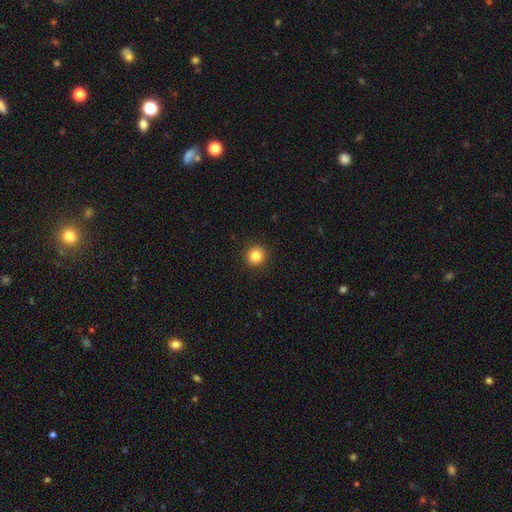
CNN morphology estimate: This appears to be a smooth galaxy with no disk features (83%) that is round (94%). Merging: none (93%).